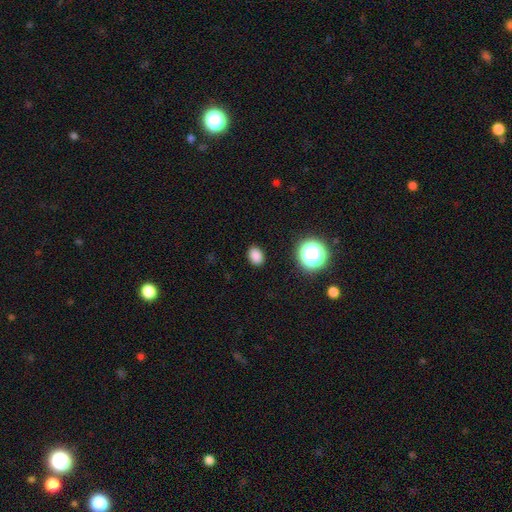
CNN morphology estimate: Smooth or featured?
  - smooth: 83% *
  - star or artifact: 12%
  - featured or disk: 4%
How rounded?
  - in between: 66% *
  - round: 32%
  - cigar-shaped: 1%
Merging?
  - none: 88% *
  - minor disturbance: 8%
  - major disturbance: 3%
  - merger: 1%